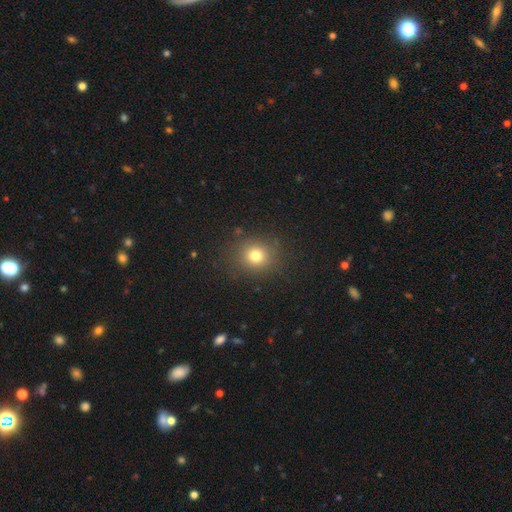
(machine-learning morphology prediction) The model was most divided on "smooth or featured": smooth: 75%, star or artifact: 16%, featured or disk: 8%. More confident: merging — none (86%); how rounded — round (85%).